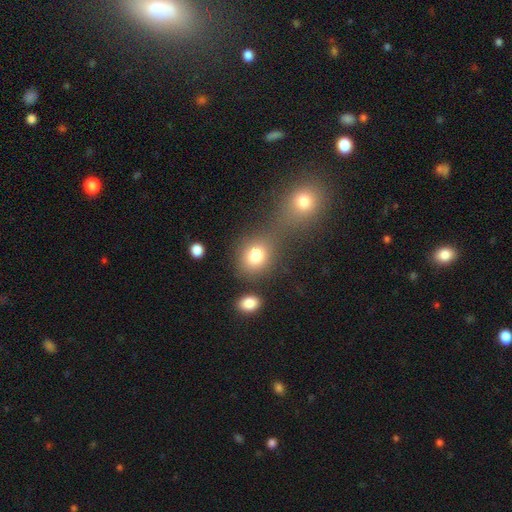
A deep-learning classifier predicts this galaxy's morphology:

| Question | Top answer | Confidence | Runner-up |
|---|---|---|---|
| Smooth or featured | smooth | 80% | star or artifact (11%) |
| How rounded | round | 56% | in between (43%) |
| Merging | none | 55% | merger (27%) |